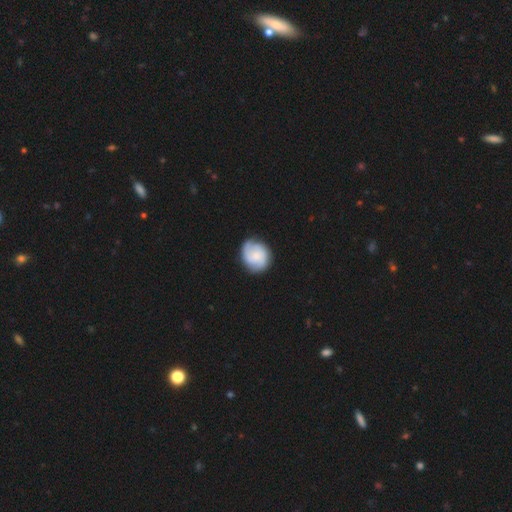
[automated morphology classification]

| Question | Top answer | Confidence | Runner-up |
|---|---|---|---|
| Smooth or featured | featured or disk | 57% | smooth (37%) |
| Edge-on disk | no | 98% | yes (2%) |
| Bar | no | 69% | weak (27%) |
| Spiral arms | yes | 92% | no (8%) |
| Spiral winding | medium | 42% | tied: tight (42%) |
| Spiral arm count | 2 | 47% | 3 (22%) |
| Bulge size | small | 51% | moderate (25%) |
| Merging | none | 74% | minor disturbance (19%) |